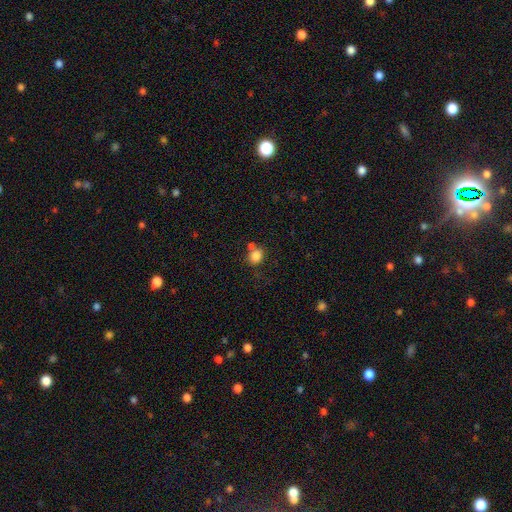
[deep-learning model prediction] Smooth or featured: smooth — 83% (star or artifact — 11%)
How rounded: round — 70% (in between — 29%)
Merging: none — 57% (merger — 24%)